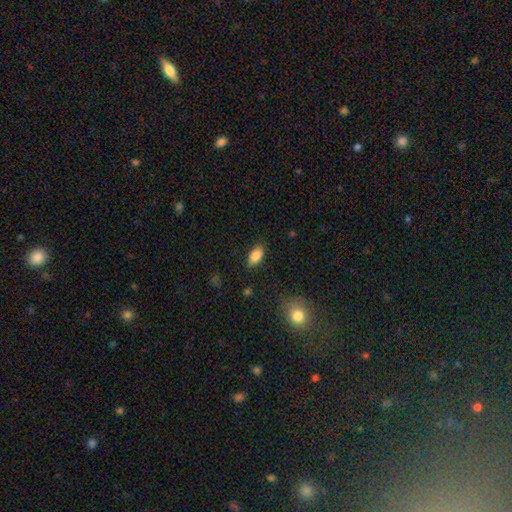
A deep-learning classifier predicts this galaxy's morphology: Smooth or featured? smooth (86%)
How rounded? in between (92%)
Merging? none (84%)